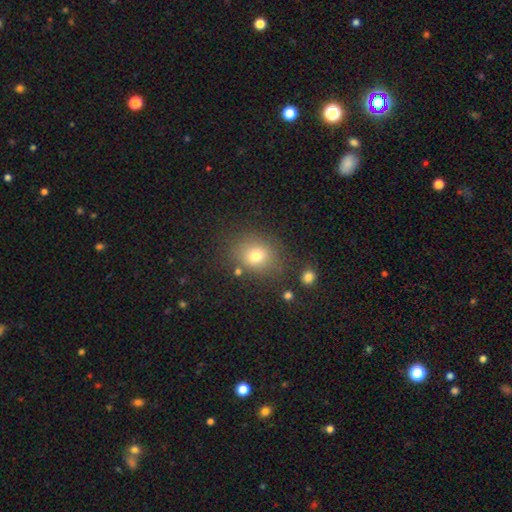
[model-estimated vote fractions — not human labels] smooth_or_featured: smooth (p=0.73) [alt: star or artifact p=0.15]
how_rounded: round (p=0.60) [alt: in between p=0.39]
merging: none (p=0.77) [alt: minor disturbance p=0.13]